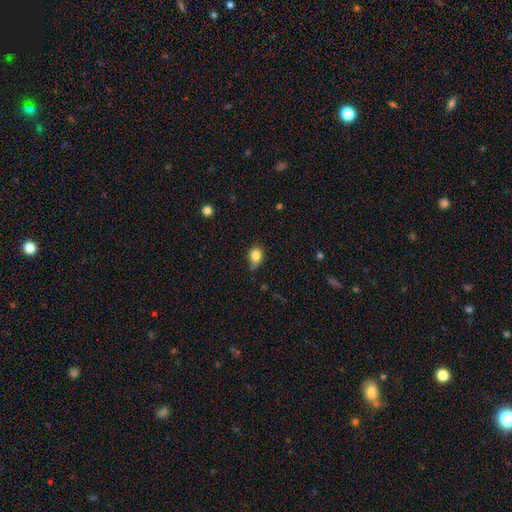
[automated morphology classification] smooth_or_featured: smooth (p=0.82) [alt: star or artifact p=0.10]
how_rounded: round (p=0.50) [alt: in between p=0.49]
merging: none (p=0.55) [alt: minor disturbance p=0.35]